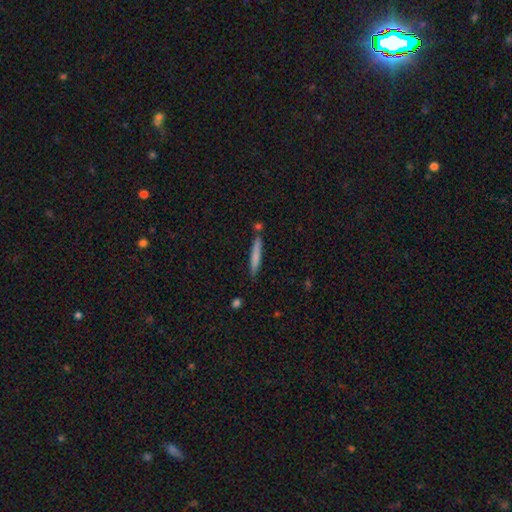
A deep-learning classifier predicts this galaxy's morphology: A smooth galaxy with no disk features (73%) that is cigar-shaped (95%). Merging: none (82%).